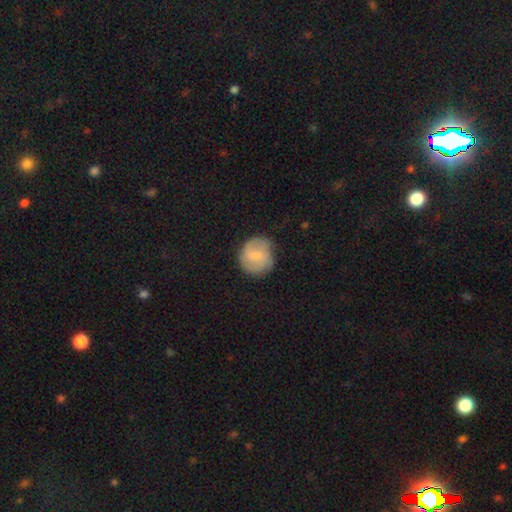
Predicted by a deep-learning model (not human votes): The model was most divided on "smooth or featured": smooth: 47%, featured or disk: 46%, star or artifact: 6%. More confident: merging — none (74%).